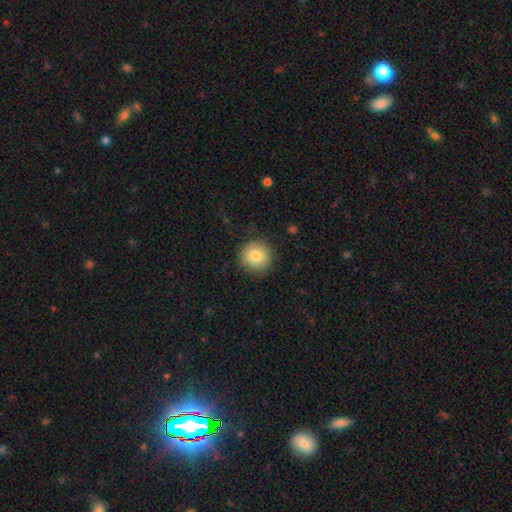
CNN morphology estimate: This is clearly a smooth galaxy (84%). How rounded: clearly round (94%). Merging: clearly none (87%).